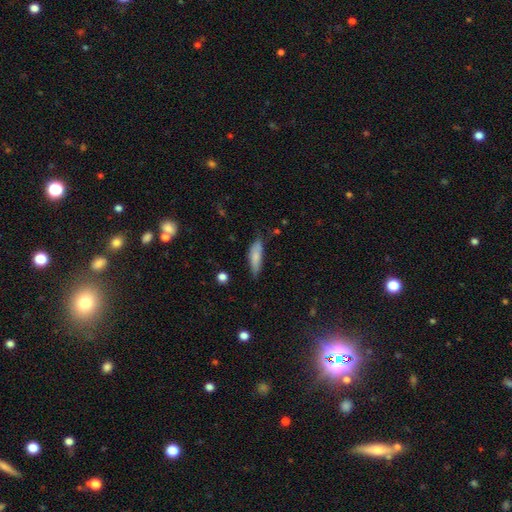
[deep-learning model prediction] smooth-or-featured: smooth: 78% | featured or disk: 15% | star or artifact: 6%
  how-rounded: cigar-shaped: 55% | in between: 44% | round: 2%
  merging: none: 62% | minor disturbance: 30% | major disturbance: 6% | merger: 2%